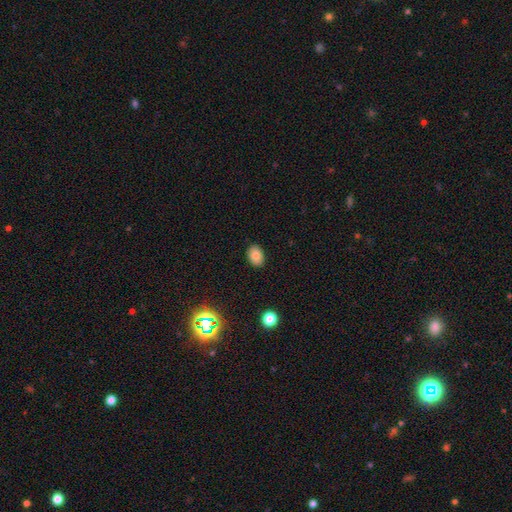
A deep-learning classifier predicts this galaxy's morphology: Smooth or featured?
  - smooth: 83% *
  - star or artifact: 11%
  - featured or disk: 7%
How rounded?
  - in between: 80% *
  - round: 19%
  - cigar-shaped: 1%
Merging?
  - none: 88% *
  - minor disturbance: 8%
  - major disturbance: 2%
  - merger: 1%